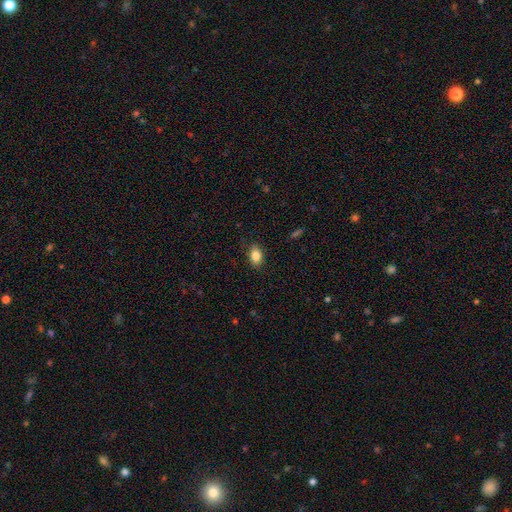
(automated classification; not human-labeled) Smooth or featured? smooth (85%)
How rounded? in between (82%)
Merging? none (86%)